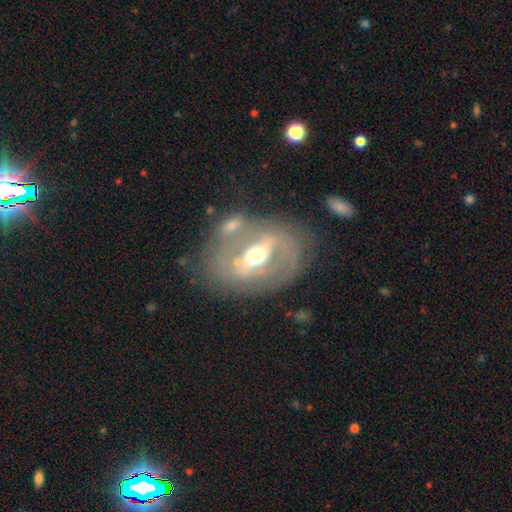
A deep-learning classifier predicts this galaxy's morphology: The model was most divided on "spiral arms": no: 60%, yes: 40%. More confident: edge-on disk — no (88%); smooth or featured — featured or disk (75%); bulge size — moderate (73%); bar — strong (61%); merging — none (58%).